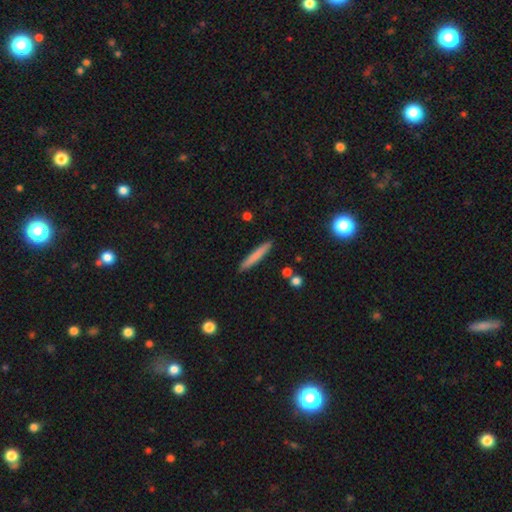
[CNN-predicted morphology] smooth_or_featured: smooth (p=0.74) [alt: featured or disk p=0.19]
how_rounded: cigar-shaped (p=0.95) [alt: in between p=0.04]
merging: none (p=0.90) [alt: minor disturbance p=0.06]